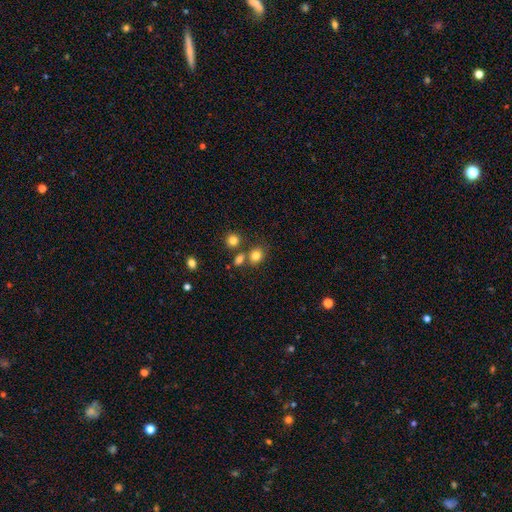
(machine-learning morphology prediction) Smooth or featured?
  - smooth: 80% *
  - star or artifact: 13%
  - featured or disk: 7%
How rounded?
  - round: 66% *
  - in between: 33%
  - cigar-shaped: 1%
Merging?
  - none: 64% *
  - merger: 20%
  - minor disturbance: 11%
  - major disturbance: 4%